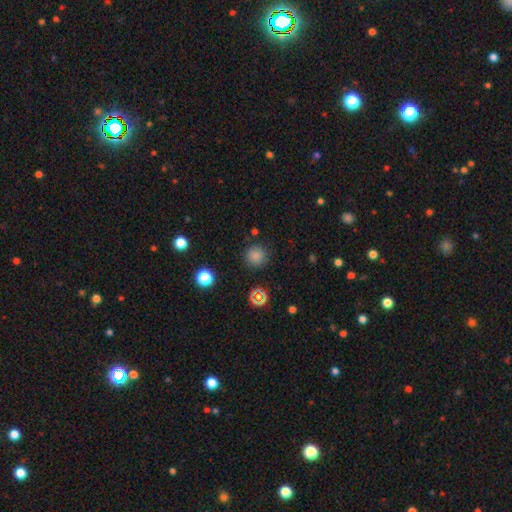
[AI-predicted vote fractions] smooth-or-featured: smooth: 80% | star or artifact: 16% | featured or disk: 4%
  how-rounded: round: 94% | in between: 5% | cigar-shaped: 1%
  merging: none: 87% | minor disturbance: 9% | major disturbance: 3% | merger: 2%